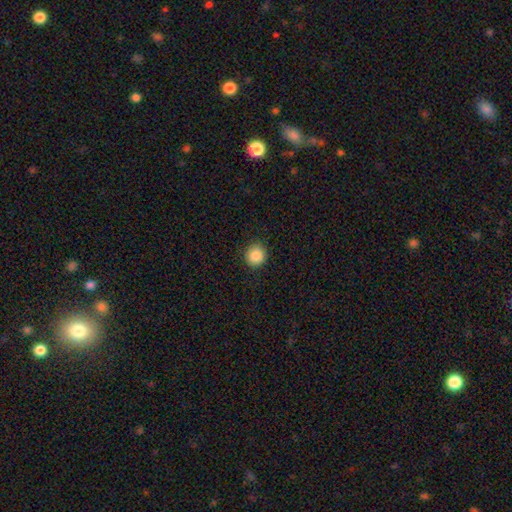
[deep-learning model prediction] Q: Smooth or featured?
A: smooth (86%); runner-up: star or artifact (9%)
Q: How rounded?
A: round (89%); runner-up: in between (10%)
Q: Merging?
A: none (91%); runner-up: minor disturbance (6%)